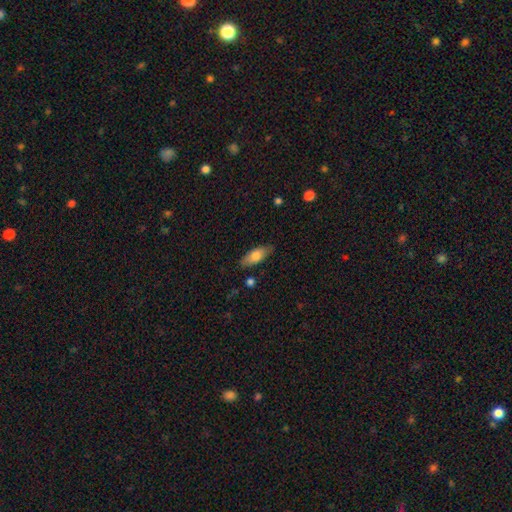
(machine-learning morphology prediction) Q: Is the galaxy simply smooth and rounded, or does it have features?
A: smooth — 75%.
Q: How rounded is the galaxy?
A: in between — 75%.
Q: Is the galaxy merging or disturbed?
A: none — 83%.